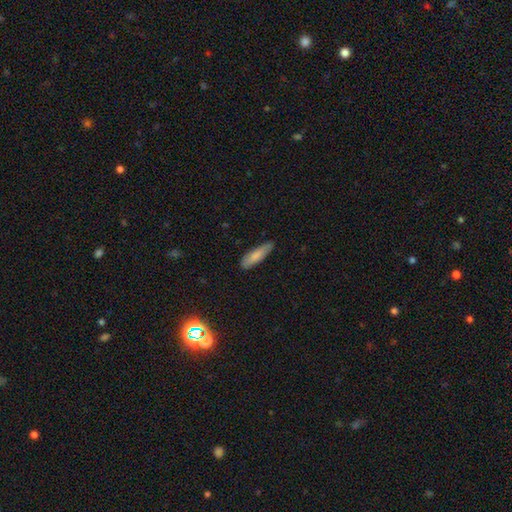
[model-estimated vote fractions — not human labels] smooth-or-featured: smooth: 79% | featured or disk: 15% | star or artifact: 6%
  how-rounded: cigar-shaped: 60% | in between: 38% | round: 2%
  merging: none: 79% | minor disturbance: 17% | major disturbance: 3% | merger: 1%